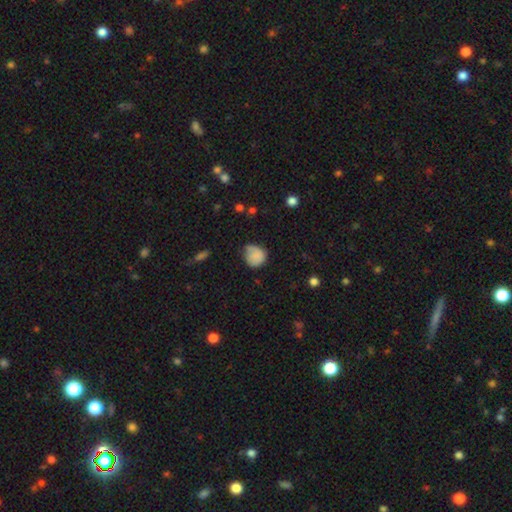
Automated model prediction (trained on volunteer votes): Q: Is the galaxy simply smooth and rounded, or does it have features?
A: smooth — 82%.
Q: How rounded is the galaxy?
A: round — 78%.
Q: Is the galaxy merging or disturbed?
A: none — 52%.